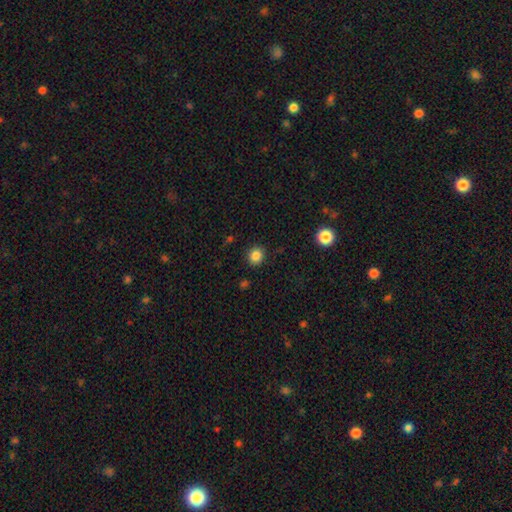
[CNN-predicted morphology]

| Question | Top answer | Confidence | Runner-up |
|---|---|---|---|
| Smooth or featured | smooth | 85% | star or artifact (11%) |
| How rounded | round | 81% | in between (18%) |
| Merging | none | 89% | minor disturbance (7%) |